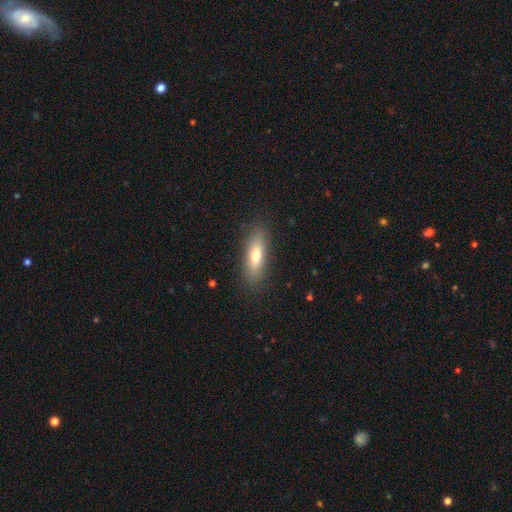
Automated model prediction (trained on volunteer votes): Morphology: type=smooth (70%); roundness=in between (53%); merging=none (87%).